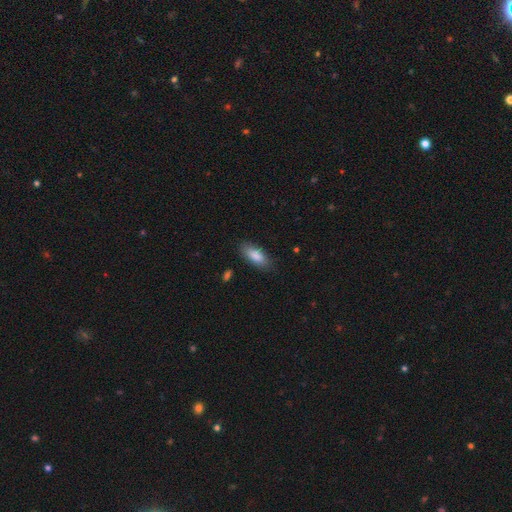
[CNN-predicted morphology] smooth 86%, featured or disk 8%, star or artifact 6%. Down the decision tree: how rounded — in between (81%); merging — none (83%).